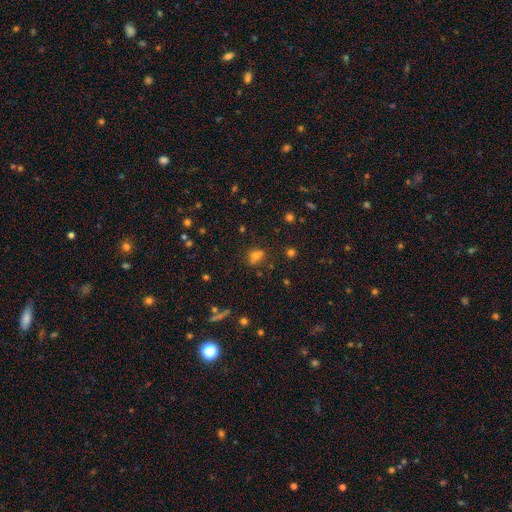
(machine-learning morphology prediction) The model was most divided on "how rounded": round: 51%, in between: 46%, cigar-shaped: 3%. More confident: merging — none (72%); smooth or featured — smooth (66%).